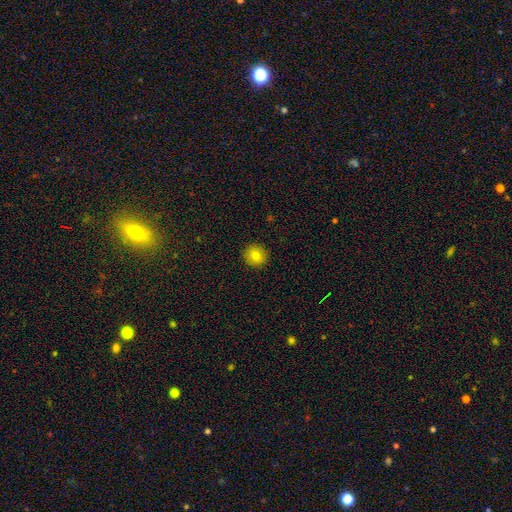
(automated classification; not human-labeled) Smooth or featured: smooth — 80% (star or artifact — 11%)
How rounded: round — 91% (in between — 8%)
Merging: none — 92% (minor disturbance — 6%)